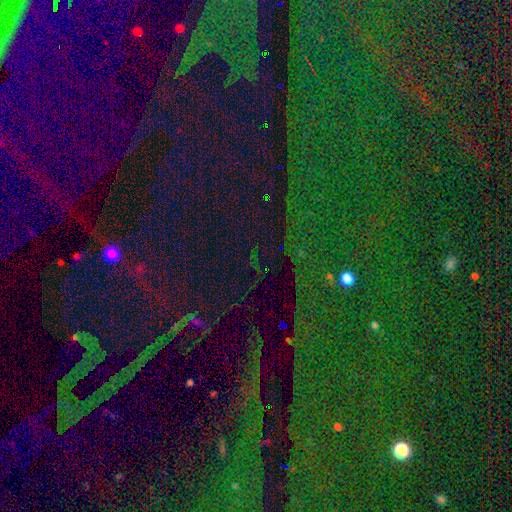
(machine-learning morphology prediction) A star or artifact, not a galaxy (81%).

Vote fractions:
- Smooth or featured? star or artifact: 81% / smooth: 11% / featured or disk: 8%